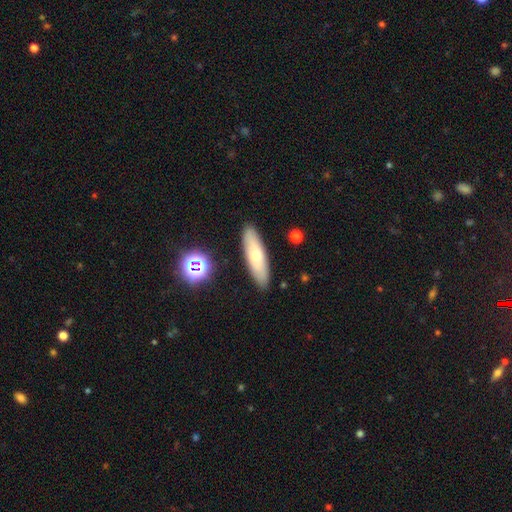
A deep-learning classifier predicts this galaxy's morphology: The model was most divided on "how rounded": cigar-shaped: 57%, in between: 41%, round: 2%. More confident: merging — none (88%); smooth or featured — smooth (62%).